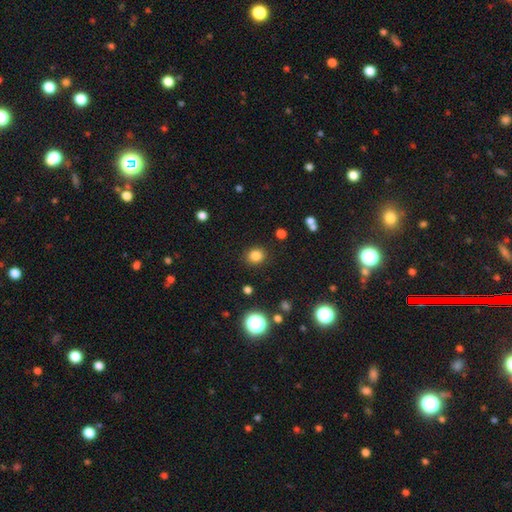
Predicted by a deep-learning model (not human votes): Smooth or featured: smooth — 82% (star or artifact — 13%)
How rounded: round — 78% (in between — 21%)
Merging: none — 89% (minor disturbance — 7%)